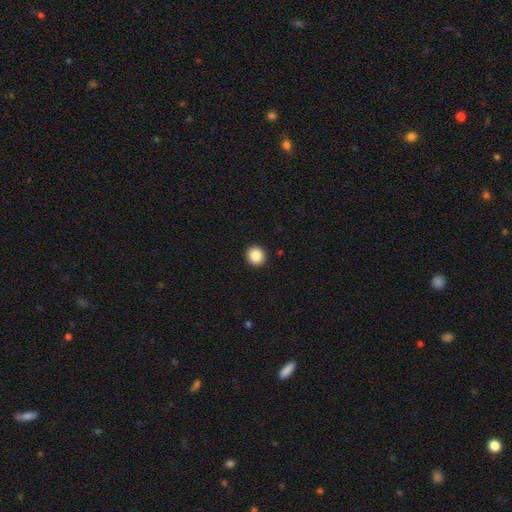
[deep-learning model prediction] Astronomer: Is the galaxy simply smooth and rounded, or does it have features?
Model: smooth — 87%.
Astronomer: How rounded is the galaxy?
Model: round — 93%.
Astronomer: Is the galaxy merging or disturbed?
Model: none — 94%.